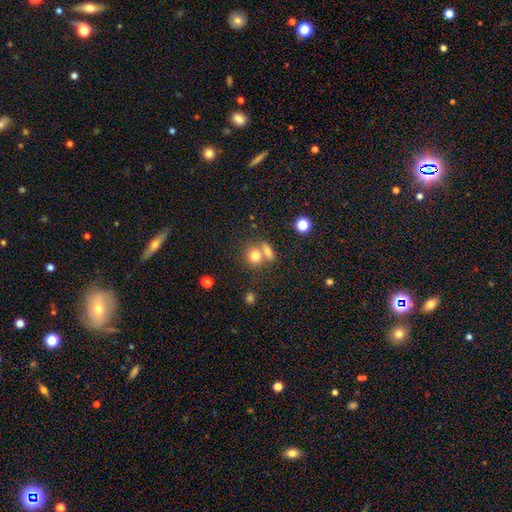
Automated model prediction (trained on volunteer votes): Q: Smooth or featured?
A: smooth (77%); runner-up: featured or disk (12%)
Q: How rounded?
A: round (72%); runner-up: in between (26%)
Q: Merging?
A: none (44%); tied with: merger (44%)